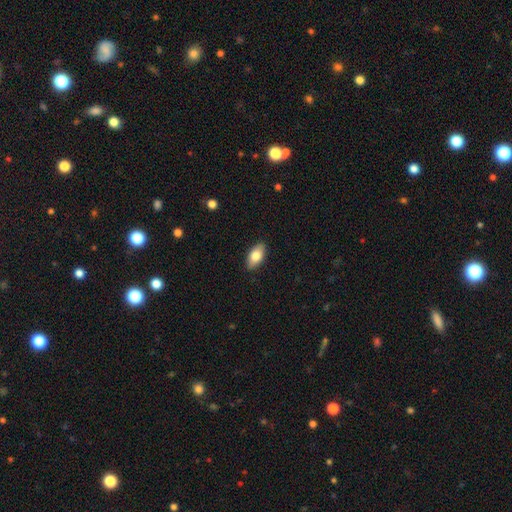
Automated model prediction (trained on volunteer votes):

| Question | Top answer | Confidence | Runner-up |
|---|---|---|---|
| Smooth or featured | smooth | 79% | featured or disk (15%) |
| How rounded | in between | 92% | cigar-shaped (5%) |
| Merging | none | 89% | minor disturbance (8%) |